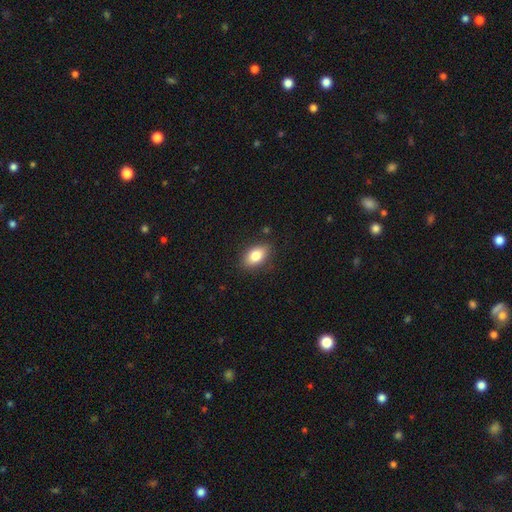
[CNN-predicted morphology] The model was most divided on "smooth or featured": smooth: 79%, featured or disk: 13%, star or artifact: 8%. More confident: how rounded — in between (87%); merging — none (85%).